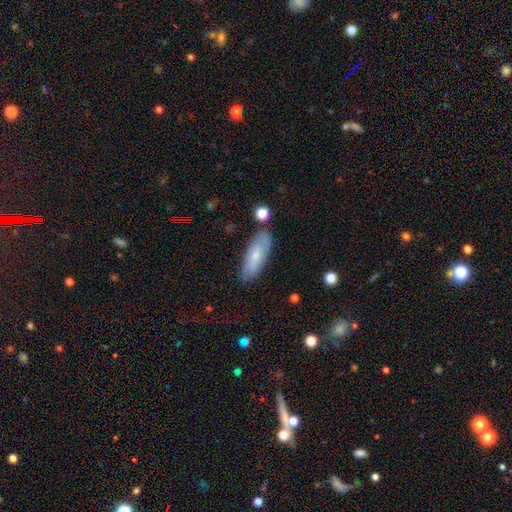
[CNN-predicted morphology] Smooth or featured? smooth (69%)
How rounded? in between (63%)
Merging? none (79%)